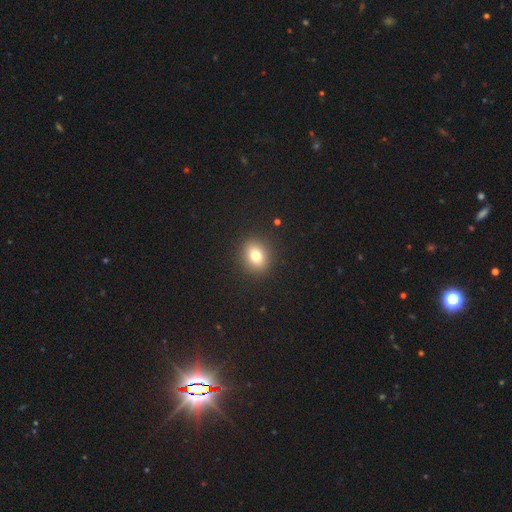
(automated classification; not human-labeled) A smooth galaxy with no disk features (77%) that is round (62%).

Vote fractions:
- Smooth or featured? smooth: 77% / star or artifact: 13% / featured or disk: 10%
- How rounded? round: 62% / in between: 37% / cigar-shaped: 1%
- Merging? none: 90% / minor disturbance: 6% / major disturbance: 2% / merger: 1%